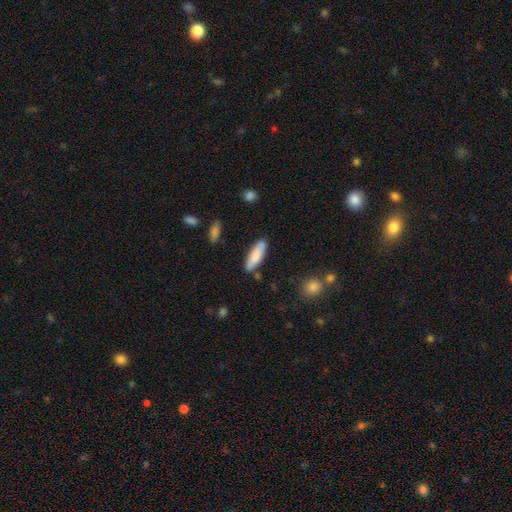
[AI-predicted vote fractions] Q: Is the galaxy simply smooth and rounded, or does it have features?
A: smooth — 82%.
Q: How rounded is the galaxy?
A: in between — 53%.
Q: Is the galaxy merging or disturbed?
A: none — 83%.